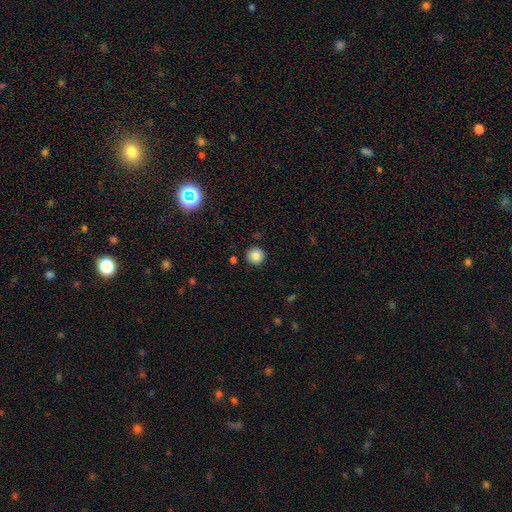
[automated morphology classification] Smooth or featured? smooth (84%)
How rounded? round (95%)
Merging? none (90%)